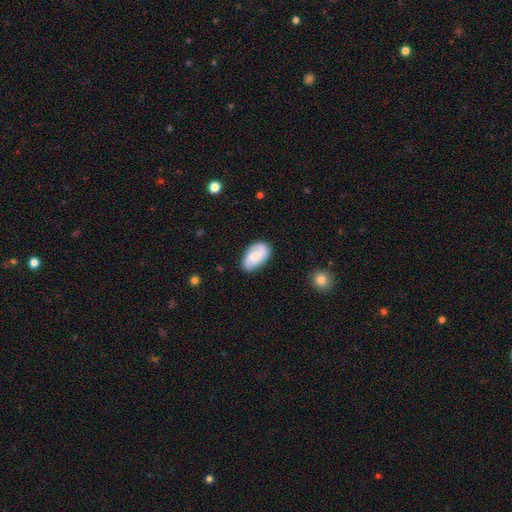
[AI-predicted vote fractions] Smooth or featured? Predicted: featured or disk (p=0.46, tied with smooth). Merging? Predicted: none (p=0.78).